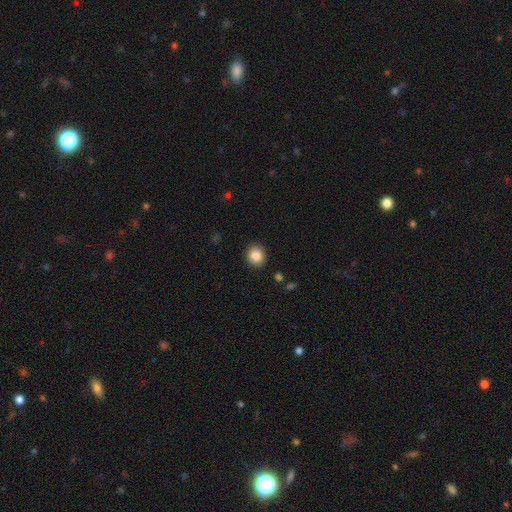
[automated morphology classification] smooth-or-featured: smooth: 85% | star or artifact: 9% | featured or disk: 5%
  how-rounded: round: 83% | in between: 16% | cigar-shaped: 1%
  merging: none: 88% | minor disturbance: 8% | major disturbance: 2% | merger: 1%